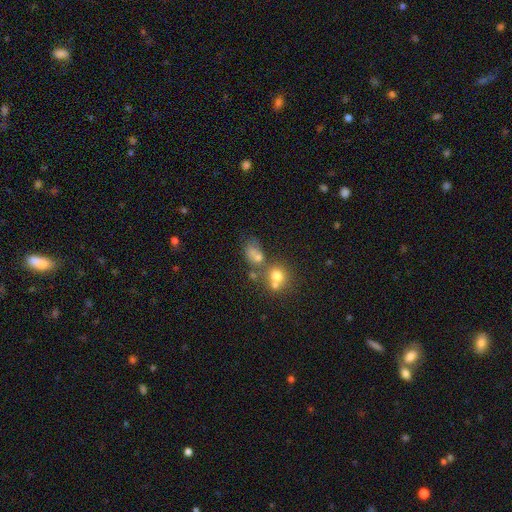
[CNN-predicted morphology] Smooth or featured: smooth — 63% (featured or disk — 19%)
How rounded: in between — 54% (round — 44%)
Merging: merger — 43% (none — 32%)